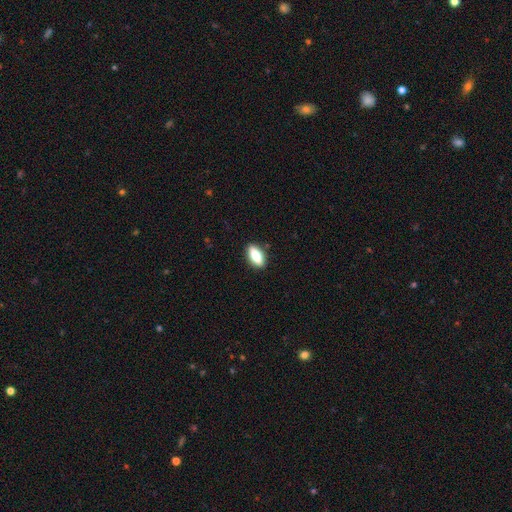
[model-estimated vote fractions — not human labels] smooth 70%, featured or disk 23%, star or artifact 7%. Down the decision tree: how rounded — in between (79%); merging — none (88%).